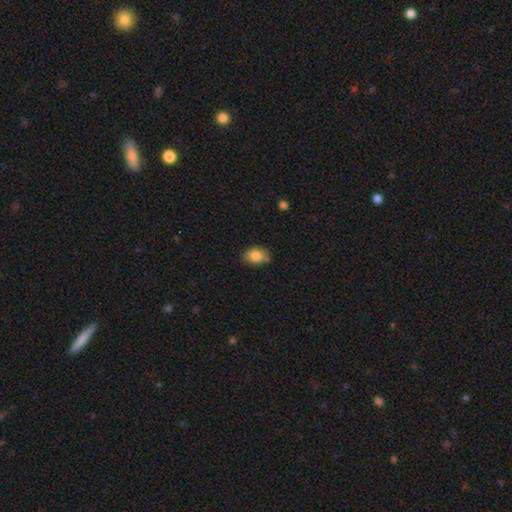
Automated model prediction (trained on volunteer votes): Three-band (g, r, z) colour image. It shows a smooth galaxy with no disk features (82%) that is in between round and cigar-shaped (79%). Merging: none (72%).